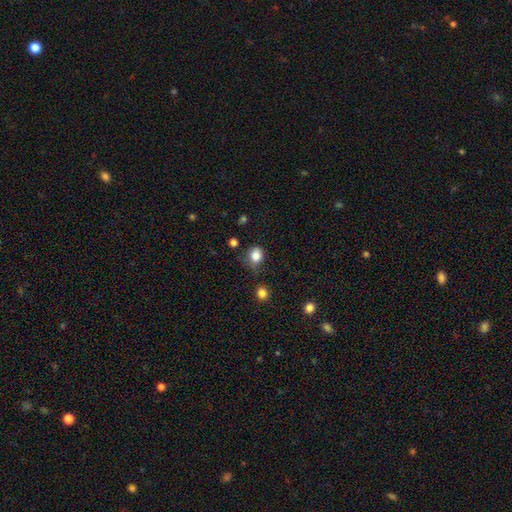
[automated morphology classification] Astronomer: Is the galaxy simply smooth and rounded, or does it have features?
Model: smooth — 83%.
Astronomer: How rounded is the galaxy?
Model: round — 67%.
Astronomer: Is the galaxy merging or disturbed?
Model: none — 60%.